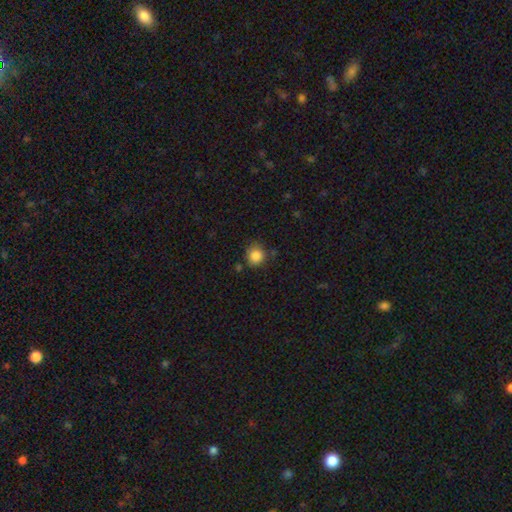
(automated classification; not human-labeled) Q: Smooth or featured?
A: smooth (86%); runner-up: star or artifact (10%)
Q: How rounded?
A: round (87%); runner-up: in between (12%)
Q: Merging?
A: none (75%); runner-up: minor disturbance (17%)